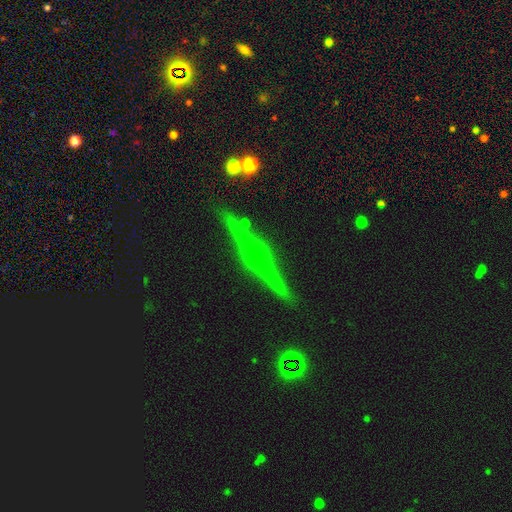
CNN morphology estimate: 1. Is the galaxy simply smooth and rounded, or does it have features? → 83% featured or disk, 10% smooth, 8% star or artifact.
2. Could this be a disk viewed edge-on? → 98% yes, 2% no.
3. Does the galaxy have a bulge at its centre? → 74% rounded, 14% boxy, 12% none.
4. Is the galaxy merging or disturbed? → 88% none, 8% minor disturbance, 2% merger, 2% major disturbance.